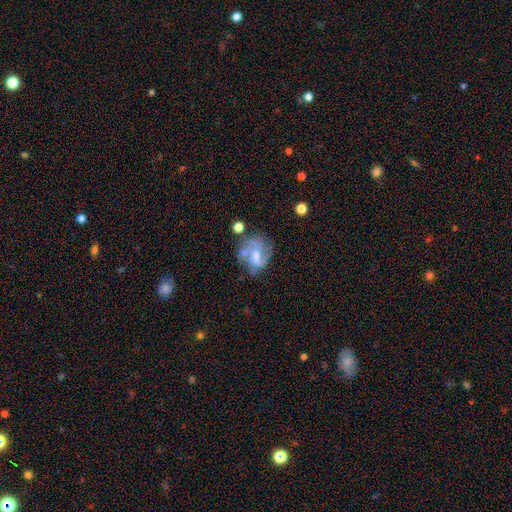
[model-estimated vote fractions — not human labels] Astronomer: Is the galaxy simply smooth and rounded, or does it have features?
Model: featured or disk — 67%.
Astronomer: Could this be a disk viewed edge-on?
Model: no — 97%.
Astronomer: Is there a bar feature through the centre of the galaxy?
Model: weak — 46% (runner-up: no, 40%).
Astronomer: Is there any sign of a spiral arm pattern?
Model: yes — 77%.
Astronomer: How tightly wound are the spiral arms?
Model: medium — 45% (runner-up: loose, 28%).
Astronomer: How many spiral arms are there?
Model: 2 — 47% (runner-up: can't tell, 25%).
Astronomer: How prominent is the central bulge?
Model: moderate — 49% (runner-up: small, 27%).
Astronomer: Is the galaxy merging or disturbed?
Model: none — 48%.